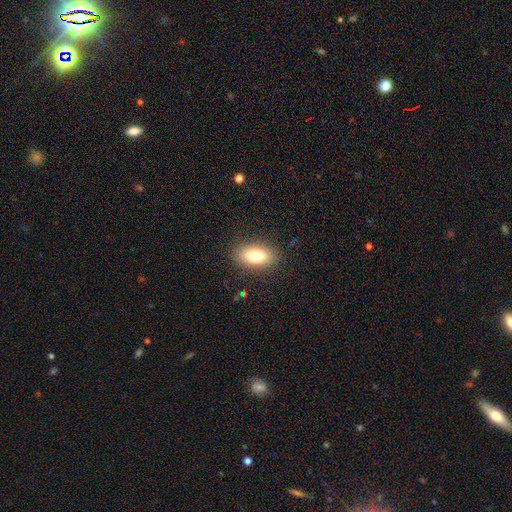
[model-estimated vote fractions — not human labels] Q: Smooth or featured?
A: smooth (77%); runner-up: featured or disk (14%)
Q: How rounded?
A: in between (87%); runner-up: cigar-shaped (7%)
Q: Merging?
A: none (87%); runner-up: minor disturbance (9%)